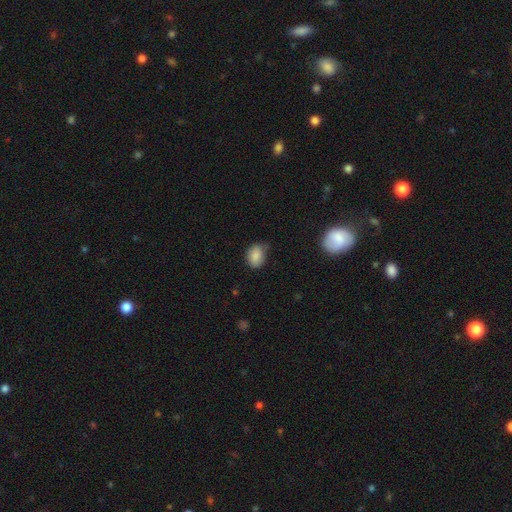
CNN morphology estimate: This appears to be a smooth galaxy with no disk features (85%) that is in between round and cigar-shaped (64%). Merging: none (62%).